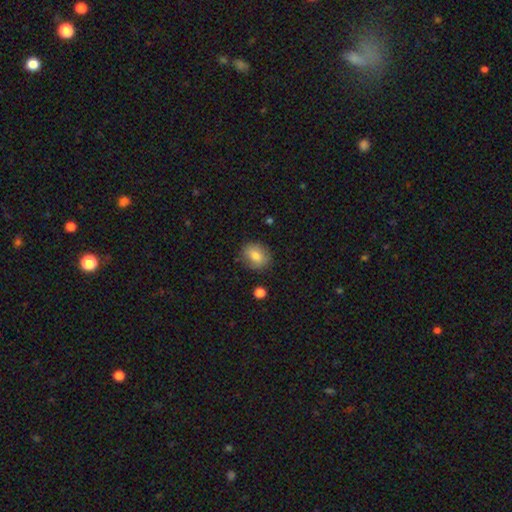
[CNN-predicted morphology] Smooth or featured: smooth — 78% (featured or disk — 14%)
How rounded: round — 56% (in between — 43%)
Merging: none — 81% (minor disturbance — 14%)